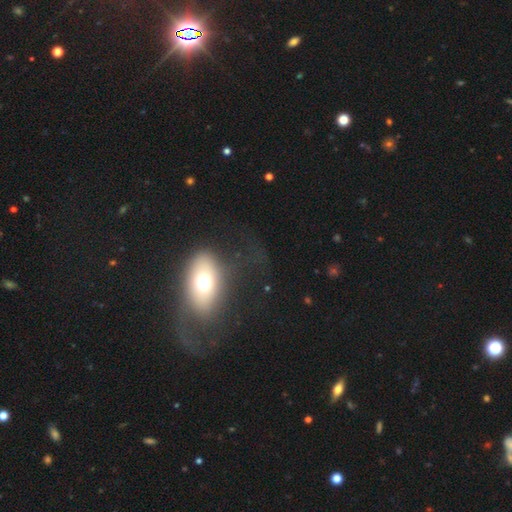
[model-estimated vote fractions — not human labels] The model was most divided on "smooth or featured": featured or disk: 47%, smooth: 38%, star or artifact: 15%. More confident: merging — none (57%).